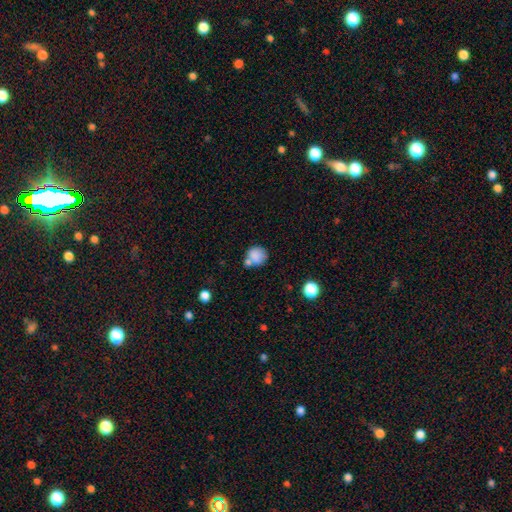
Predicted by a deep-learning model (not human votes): Smooth or featured?
  - smooth: 82% *
  - star or artifact: 9%
  - featured or disk: 9%
How rounded?
  - round: 83% *
  - in between: 16%
  - cigar-shaped: 1%
Merging?
  - none: 54% *
  - merger: 25%
  - minor disturbance: 16%
  - major disturbance: 6%